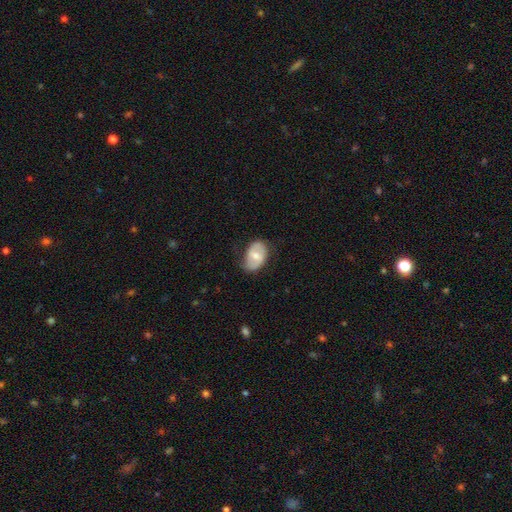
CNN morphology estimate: This is possibly a smooth galaxy (53%). How rounded: clearly in between (87%). Merging: likely none (66%).